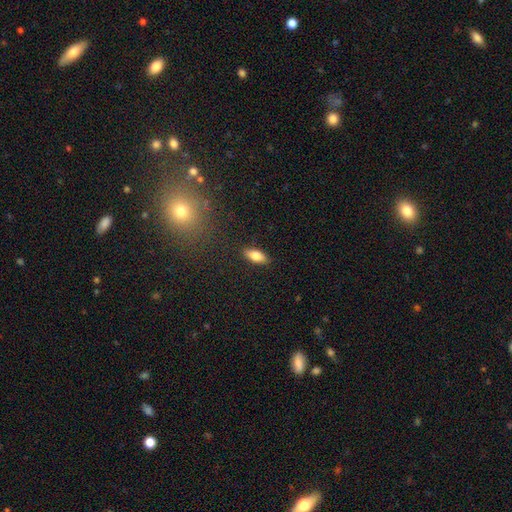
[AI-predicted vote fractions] Q: Smooth or featured?
A: smooth (76%); runner-up: featured or disk (17%)
Q: How rounded?
A: in between (78%); runner-up: cigar-shaped (20%)
Q: Merging?
A: none (87%); runner-up: minor disturbance (9%)